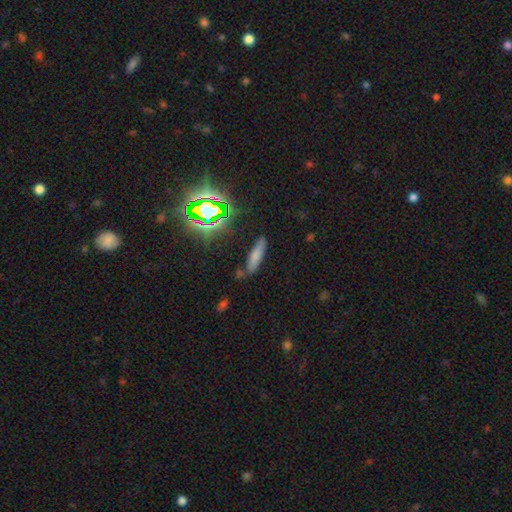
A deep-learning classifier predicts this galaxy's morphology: type=smooth (65%); roundness=cigar-shaped (76%); merging=none (71%).